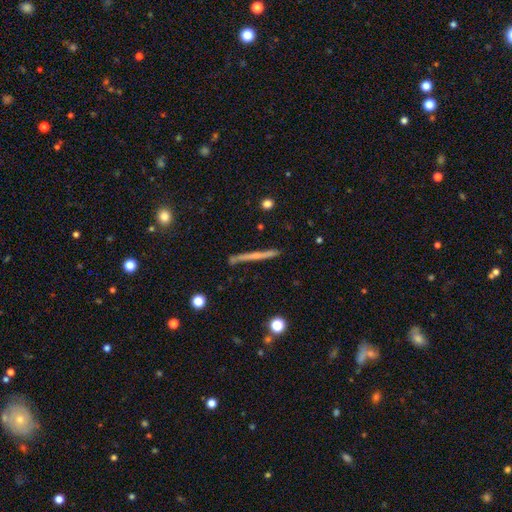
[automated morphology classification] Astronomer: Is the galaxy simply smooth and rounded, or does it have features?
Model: featured or disk — 54% (runner-up: smooth, 39%).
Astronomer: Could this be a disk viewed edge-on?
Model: yes — 97%.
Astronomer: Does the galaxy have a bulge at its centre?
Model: none — 71%.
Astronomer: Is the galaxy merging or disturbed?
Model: none — 85%.